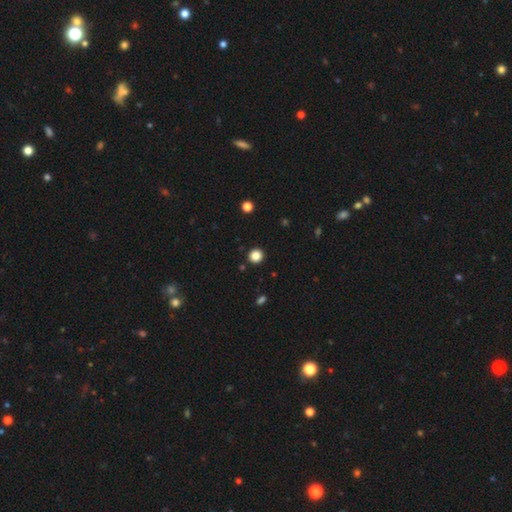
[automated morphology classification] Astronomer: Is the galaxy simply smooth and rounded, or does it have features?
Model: smooth — 85%.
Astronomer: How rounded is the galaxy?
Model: round — 94%.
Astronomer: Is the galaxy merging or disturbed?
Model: none — 92%.